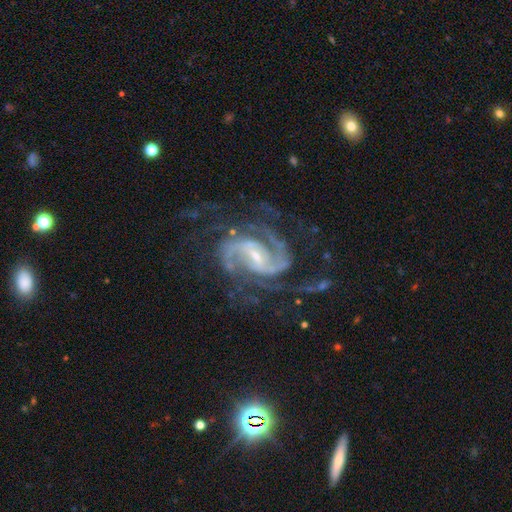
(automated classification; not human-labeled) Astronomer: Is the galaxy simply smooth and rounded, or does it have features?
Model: featured or disk — 93%.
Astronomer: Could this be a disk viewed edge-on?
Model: no — 98%.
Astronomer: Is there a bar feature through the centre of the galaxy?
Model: weak — 50% (runner-up: strong, 33%).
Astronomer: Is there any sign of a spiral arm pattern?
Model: yes — 98%.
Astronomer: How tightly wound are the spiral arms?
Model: medium — 54% (runner-up: tight, 30%).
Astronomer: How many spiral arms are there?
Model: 2 — 61%.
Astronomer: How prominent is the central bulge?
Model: small — 62%.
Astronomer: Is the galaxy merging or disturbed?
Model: none — 63%.